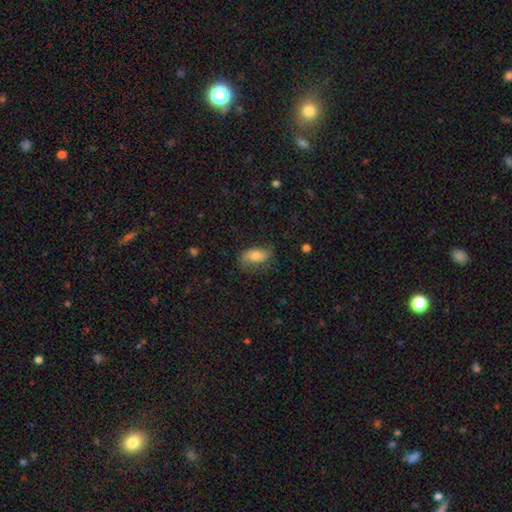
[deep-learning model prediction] Smooth or featured: smooth — 65% (featured or disk — 26%)
How rounded: in between — 89% (round — 7%)
Merging: none — 61% (minor disturbance — 25%)